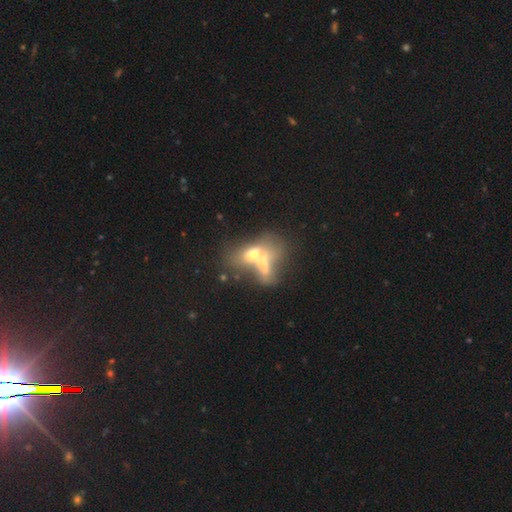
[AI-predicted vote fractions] Smooth or featured: smooth — 52% (featured or disk — 36%)
How rounded: in between — 71% (round — 20%)
Merging: merger — 64% (major disturbance — 17%)